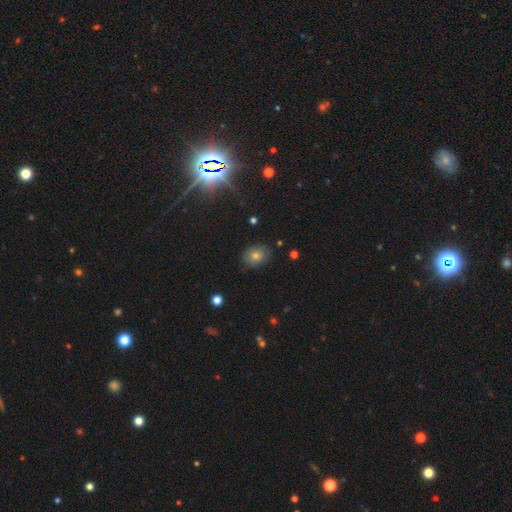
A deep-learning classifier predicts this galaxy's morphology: A smooth galaxy with no disk features (66%) that is in between round and cigar-shaped (55%). Merging: none (82%).